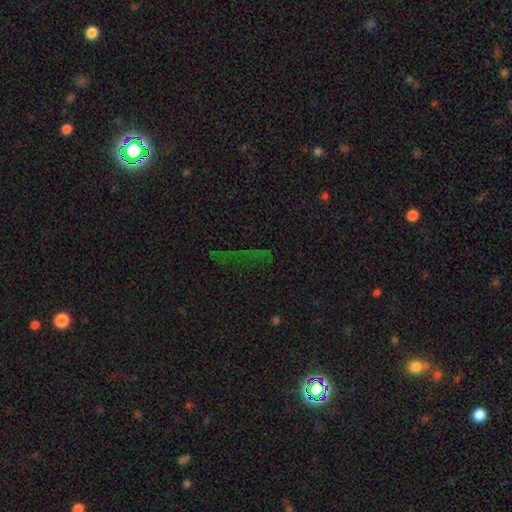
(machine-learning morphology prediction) Smooth or featured: star or artifact — 72% (smooth — 17%)